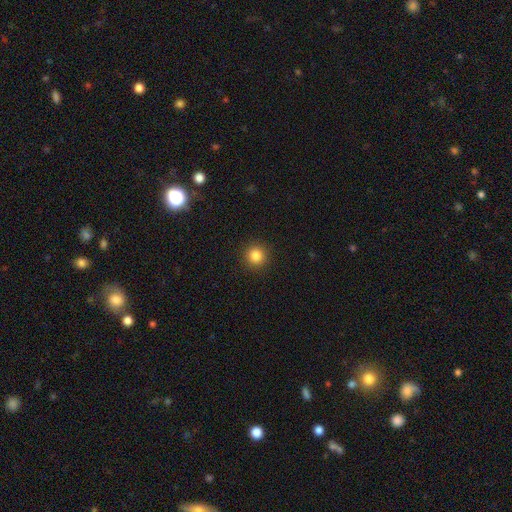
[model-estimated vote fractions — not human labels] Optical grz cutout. It shows a smooth galaxy with no disk features (84%) that is round (95%). Merging: none (92%).